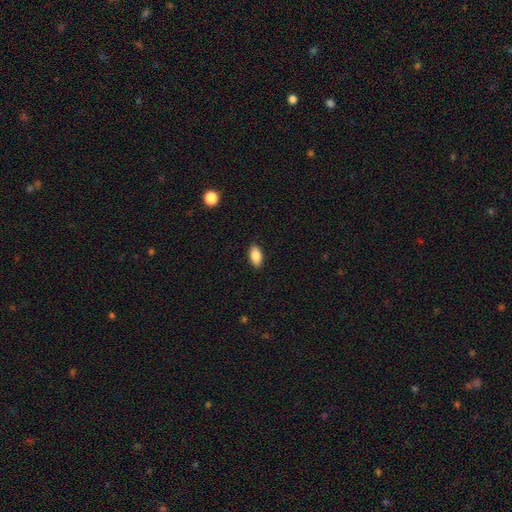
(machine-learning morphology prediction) This is clearly a smooth galaxy (86%). How rounded: clearly in between (92%). Merging: clearly none (90%).